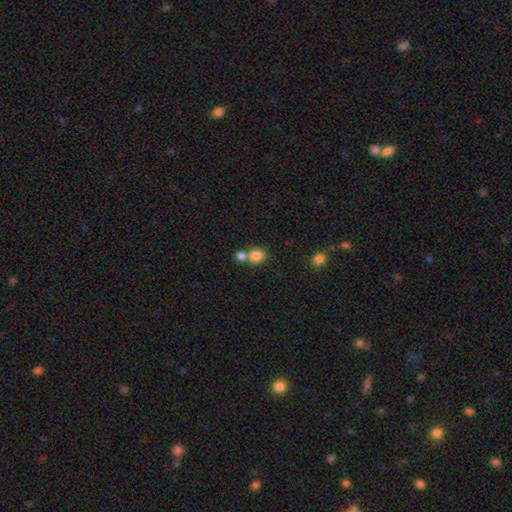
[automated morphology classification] Smooth or featured: smooth — 84% (star or artifact — 10%)
How rounded: round — 61% (in between — 38%)
Merging: none — 53% (merger — 34%)